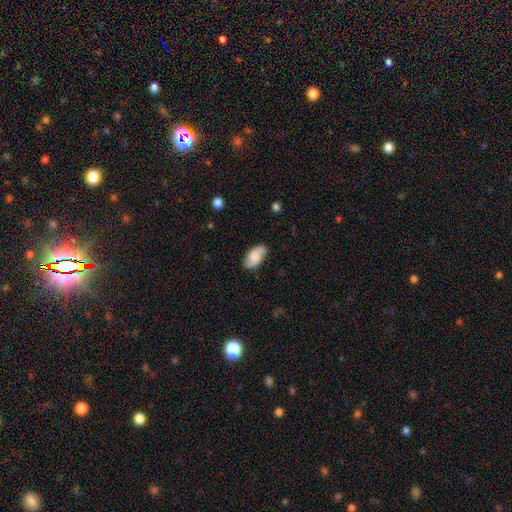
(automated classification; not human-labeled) A smooth galaxy with no disk features (61%) that is in between round and cigar-shaped (94%). Merging: none (77%).